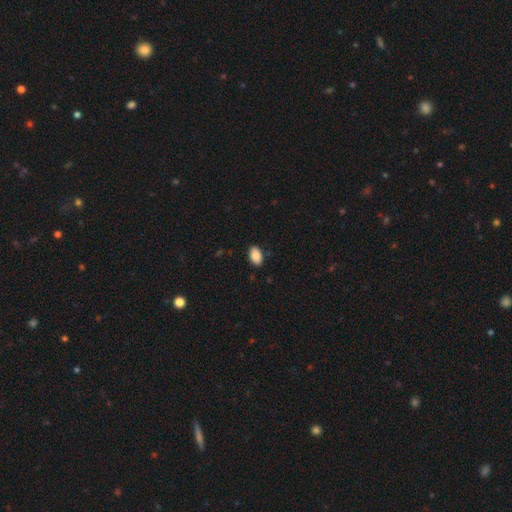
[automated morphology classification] type=smooth (89%); roundness=in between (93%); merging=none (88%).